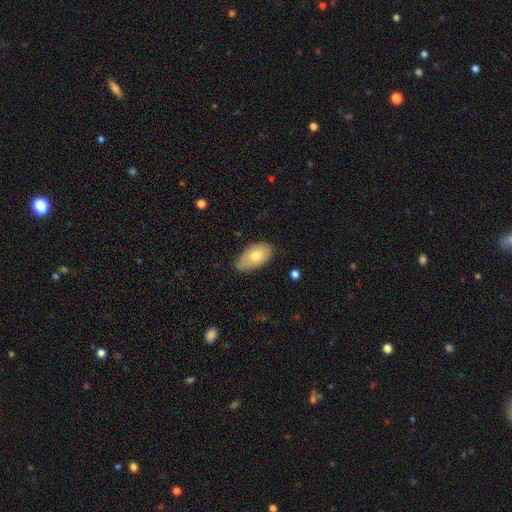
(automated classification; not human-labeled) Overall: smooth (74%). How rounded: in between (94%). Merging: none (77%).